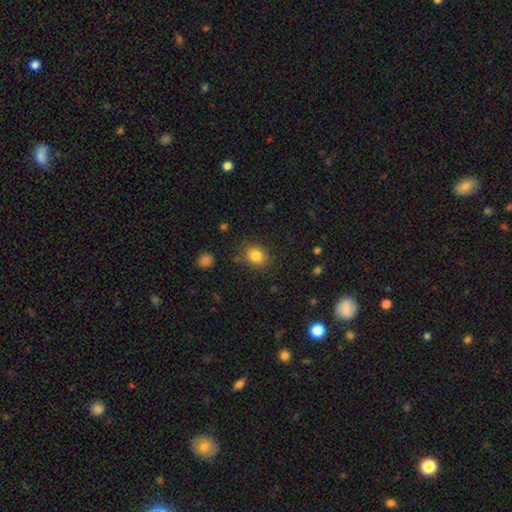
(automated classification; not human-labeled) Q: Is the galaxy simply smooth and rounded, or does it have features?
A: smooth — 83%.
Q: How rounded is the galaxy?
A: round — 60%.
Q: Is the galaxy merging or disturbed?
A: none — 83%.